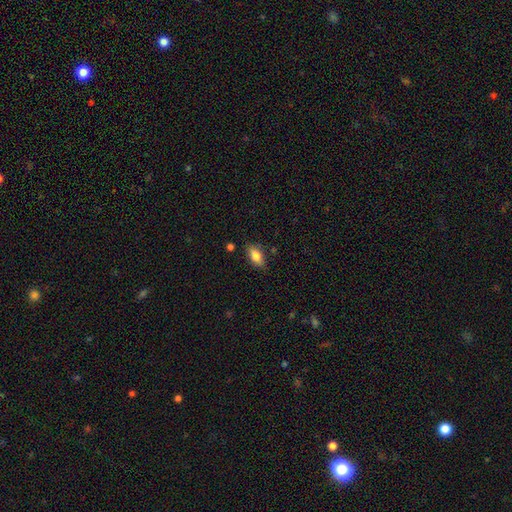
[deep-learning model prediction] Smooth or featured? Predicted: smooth (p=0.81). How rounded? Predicted: in between (p=0.86). Merging? Predicted: none (p=0.80).